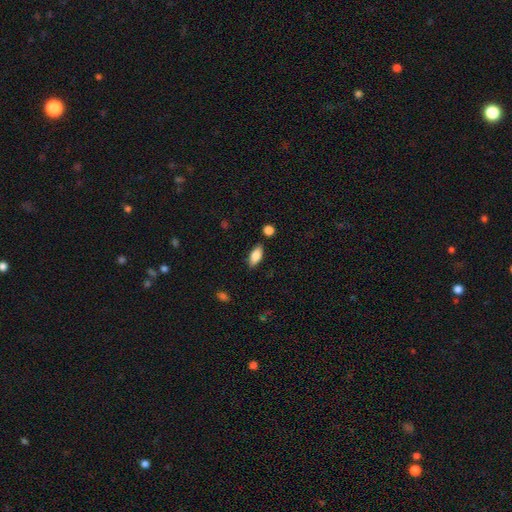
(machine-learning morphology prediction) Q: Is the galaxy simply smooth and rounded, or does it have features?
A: smooth — 83%.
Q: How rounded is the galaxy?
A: in between — 84%.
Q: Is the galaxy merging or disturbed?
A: none — 82%.